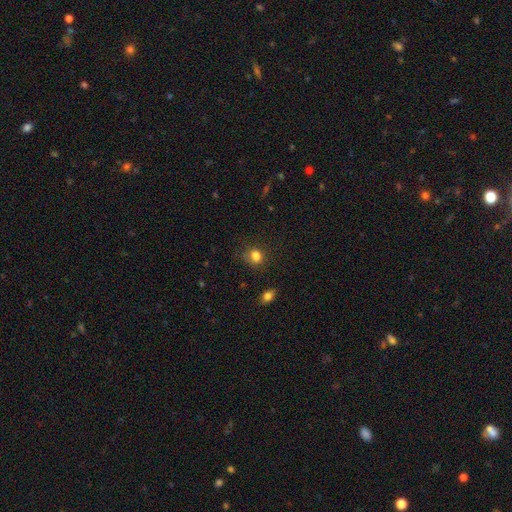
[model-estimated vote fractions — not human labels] Smooth or featured: smooth — 82% (star or artifact — 12%)
How rounded: round — 55% (in between — 44%)
Merging: none — 69% (minor disturbance — 21%)